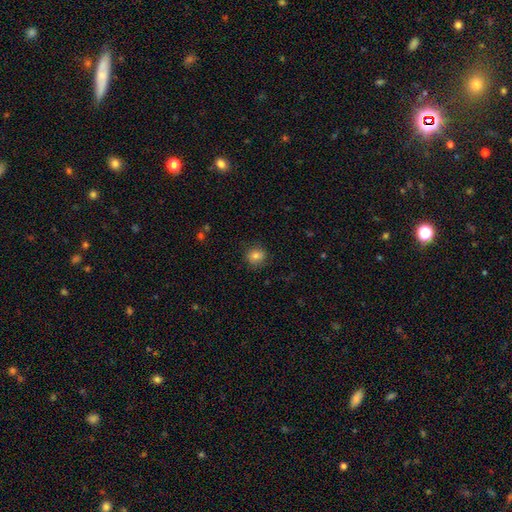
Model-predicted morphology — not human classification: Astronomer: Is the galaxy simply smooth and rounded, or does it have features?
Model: smooth — 80%.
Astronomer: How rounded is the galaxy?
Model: round — 79%.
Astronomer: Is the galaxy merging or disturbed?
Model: none — 84%.